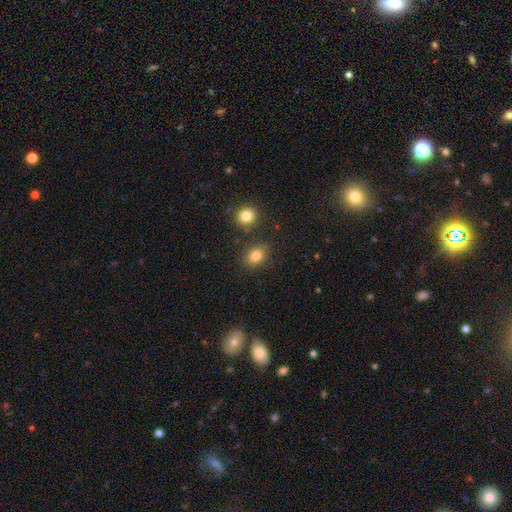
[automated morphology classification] Overall: smooth (83%). How rounded: in between (59%; round 40%). Merging: none (81%).